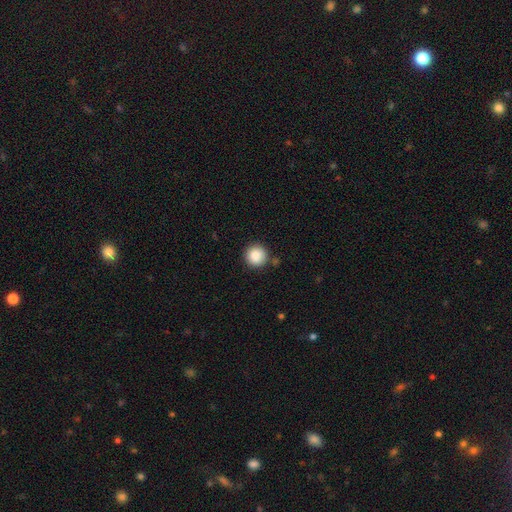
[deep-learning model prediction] This appears to be a smooth galaxy with no disk features (88%) that is round (95%). Merging: none (87%).